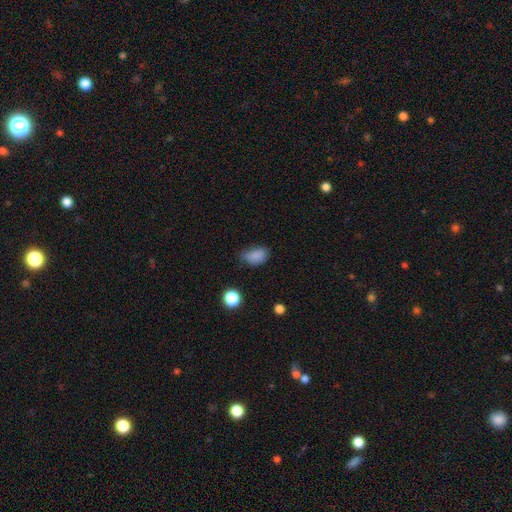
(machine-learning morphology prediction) Smooth or featured?
  - smooth: 84% *
  - star or artifact: 11%
  - featured or disk: 5%
How rounded?
  - in between: 83% *
  - round: 15%
  - cigar-shaped: 2%
Merging?
  - none: 53% *
  - minor disturbance: 36%
  - major disturbance: 9%
  - merger: 2%